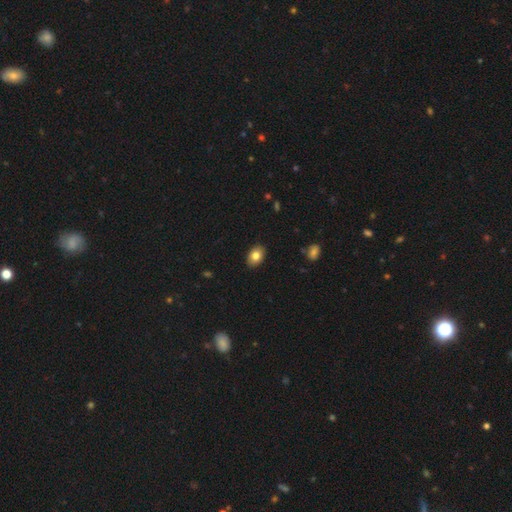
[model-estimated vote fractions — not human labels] Smooth or featured: smooth — 82% (featured or disk — 10%)
How rounded: in between — 82% (round — 17%)
Merging: none — 89% (minor disturbance — 9%)